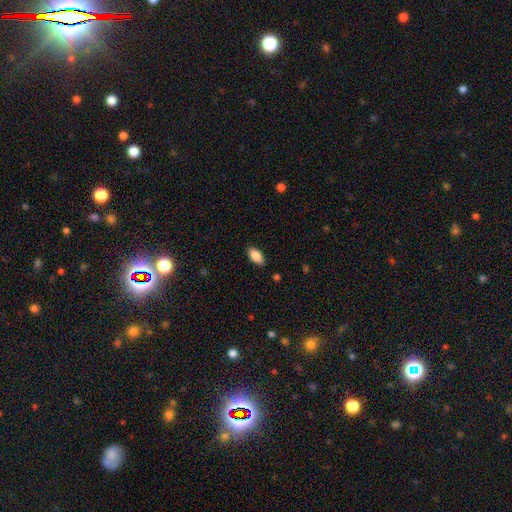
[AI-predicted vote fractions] smooth 86%, featured or disk 7%, star or artifact 7%. Down the decision tree: how rounded — in between (92%); merging — none (87%).